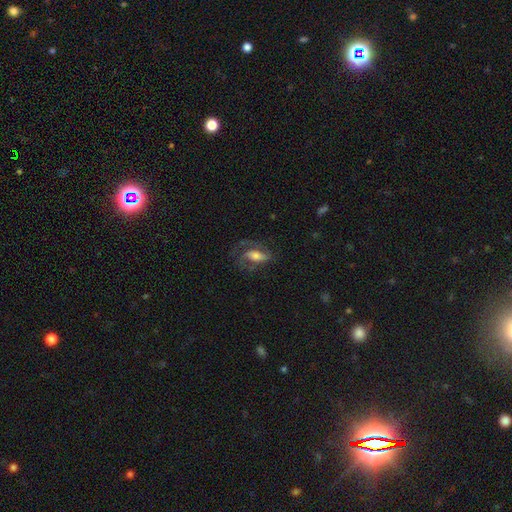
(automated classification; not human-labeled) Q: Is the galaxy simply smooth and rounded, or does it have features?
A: featured or disk — 65%.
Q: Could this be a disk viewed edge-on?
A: no — 92%.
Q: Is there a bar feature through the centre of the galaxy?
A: no — 39%.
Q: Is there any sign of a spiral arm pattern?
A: yes — 85%.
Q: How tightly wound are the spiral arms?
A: medium — 47%.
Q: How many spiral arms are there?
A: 2 — 60%.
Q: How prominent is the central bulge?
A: moderate — 53%.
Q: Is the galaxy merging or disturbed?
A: none — 51%.